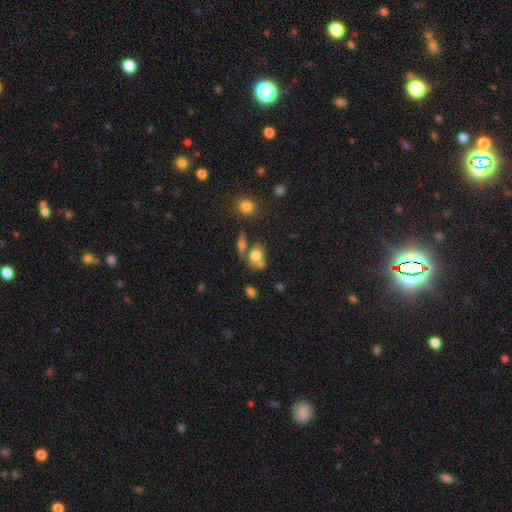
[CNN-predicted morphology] This is likely a smooth galaxy (73%). How rounded: possibly in between (57%). Merging: marginally none (40%).